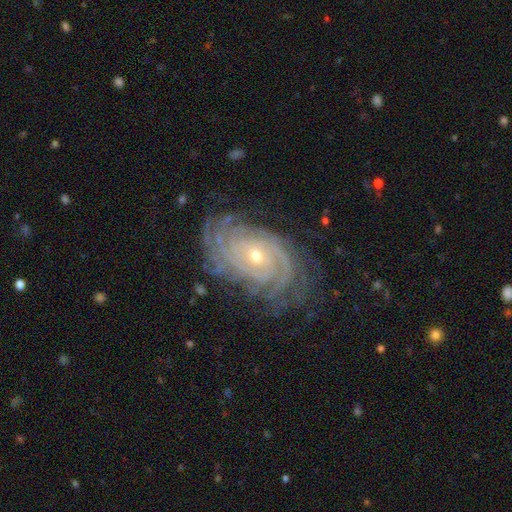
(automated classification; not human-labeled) A featured or disk galaxy (89%) with no bar (74%), tight (83%) spiral arms (98%) and a small central bulge (62%). Merging: none (75%).